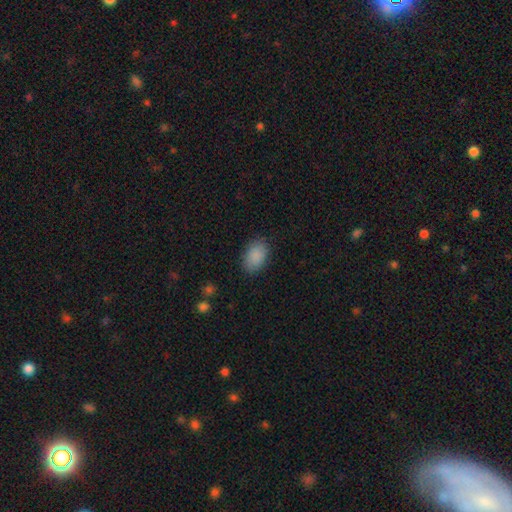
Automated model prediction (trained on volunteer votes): A smooth galaxy with no disk features (89%) that is in between round and cigar-shaped (87%).

Vote fractions:
- Smooth or featured? smooth: 89% / star or artifact: 7% / featured or disk: 4%
- How rounded? in between: 87% / round: 12% / cigar-shaped: 1%
- Merging? none: 85% / minor disturbance: 11% / major disturbance: 3% / merger: 1%